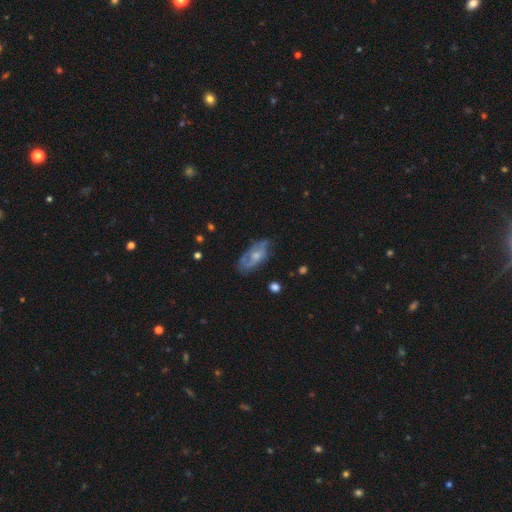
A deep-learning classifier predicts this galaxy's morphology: Smooth or featured? featured or disk (58%)
Edge-on disk? no (88%)
Bar? no (72%)
Spiral arms? yes (61%)
Bulge size? moderate (48%)
Merging? none (53%)